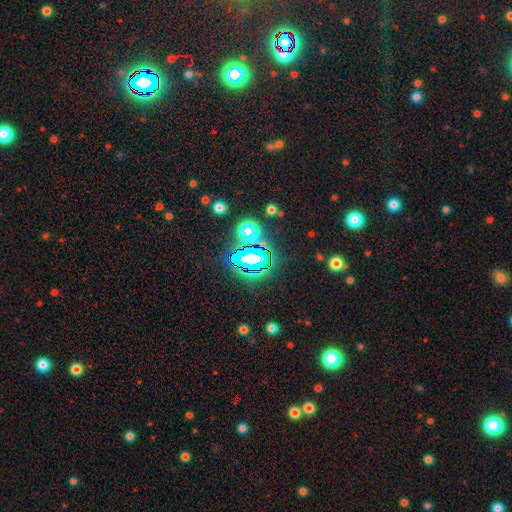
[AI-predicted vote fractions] Overall: star or artifact (82%).